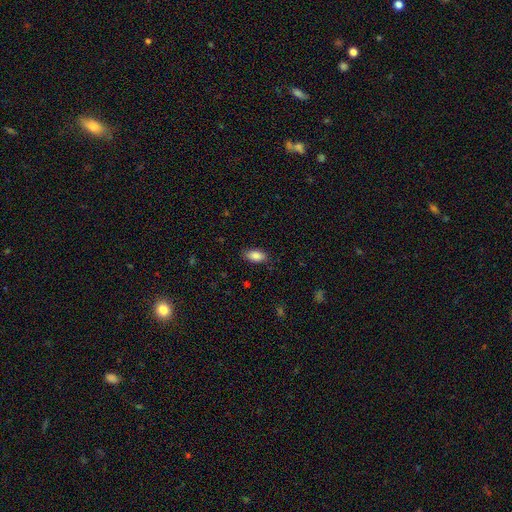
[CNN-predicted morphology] Smooth or featured: smooth — 88% (star or artifact — 7%)
How rounded: in between — 92% (cigar-shaped — 5%)
Merging: none — 86% (minor disturbance — 11%)